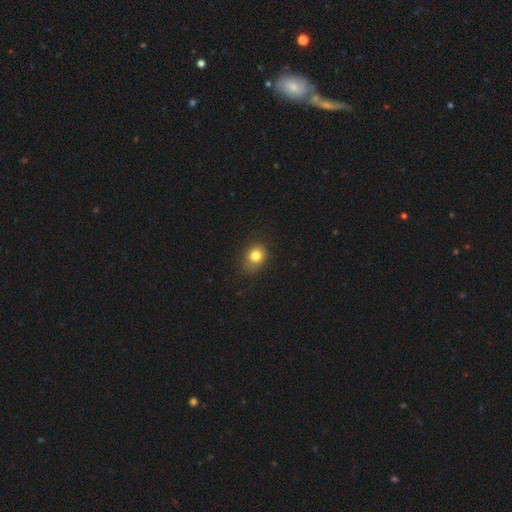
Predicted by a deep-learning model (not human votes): Smooth or featured: smooth — 81% (star or artifact — 12%)
How rounded: round — 60% (in between — 39%)
Merging: none — 74% (minor disturbance — 20%)